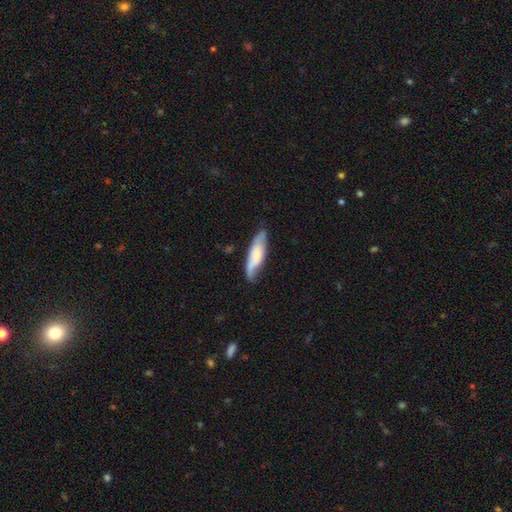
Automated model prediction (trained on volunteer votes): A smooth galaxy with no disk features (55%) that is cigar-shaped (56%). Merging: none (68%).